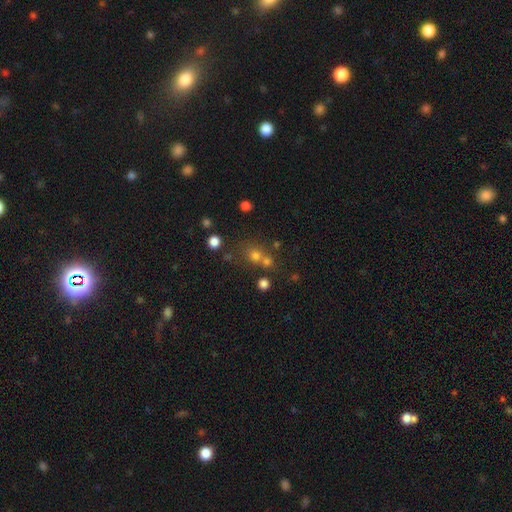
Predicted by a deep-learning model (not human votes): This appears to be a smooth galaxy with no disk features (62%) that is round (83%). Merging: none (53%).